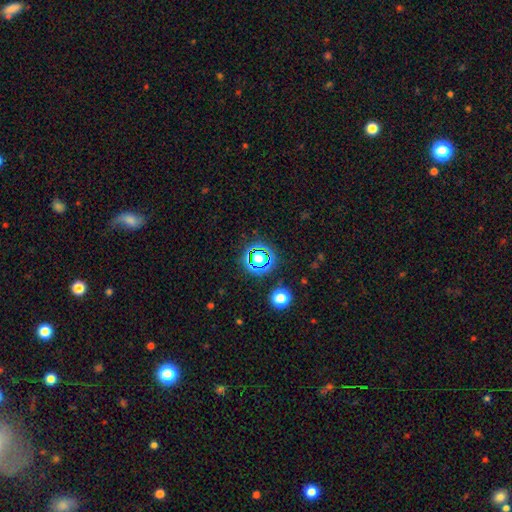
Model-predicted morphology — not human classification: Overall: star or artifact (56%; smooth 33%).